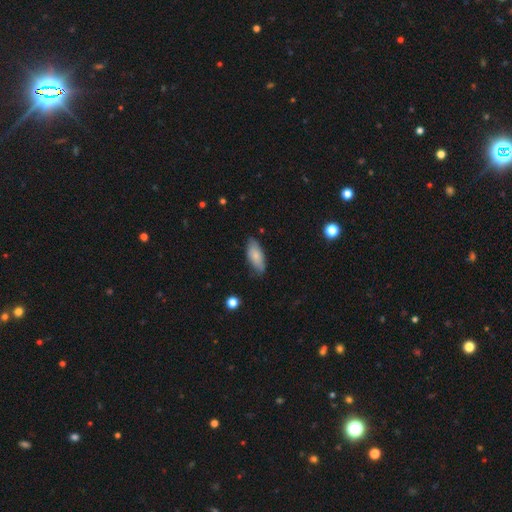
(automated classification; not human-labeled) Q: Smooth or featured?
A: smooth (77%); runner-up: featured or disk (16%)
Q: How rounded?
A: in between (83%); runner-up: cigar-shaped (15%)
Q: Merging?
A: none (75%); runner-up: minor disturbance (20%)